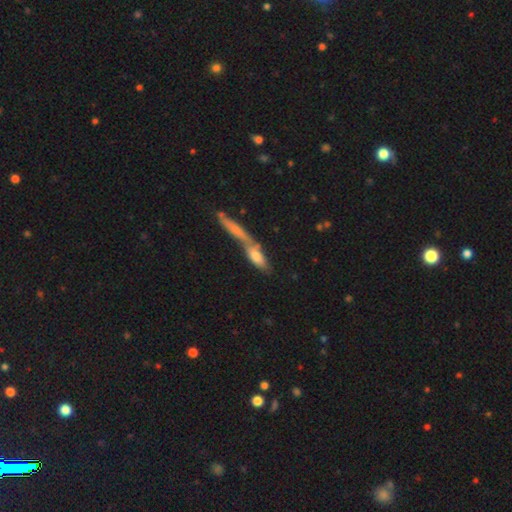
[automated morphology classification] Smooth or featured?
  - smooth: 64% *
  - featured or disk: 27%
  - star or artifact: 9%
How rounded?
  - cigar-shaped: 54% *
  - in between: 42%
  - round: 4%
Merging?
  - merger: 54% *
  - none: 32%
  - minor disturbance: 9%
  - major disturbance: 5%